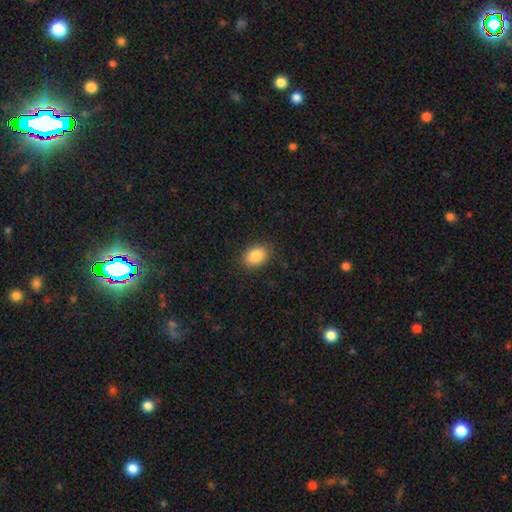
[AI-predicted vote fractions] Overall: smooth (87%). How rounded: in between (83%). Merging: none (87%).